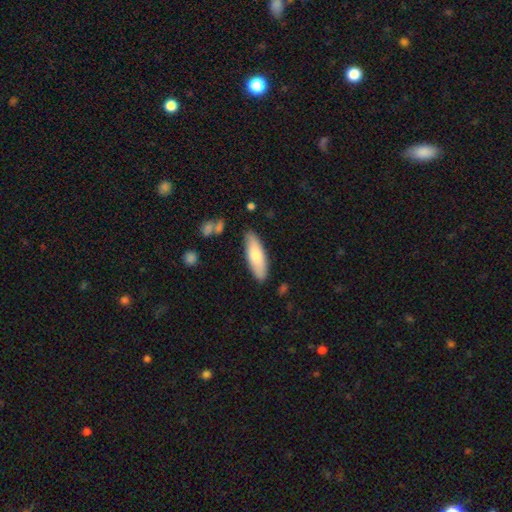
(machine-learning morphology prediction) Q: Smooth or featured?
A: smooth (74%); runner-up: featured or disk (21%)
Q: How rounded?
A: in between (57%); runner-up: cigar-shaped (41%)
Q: Merging?
A: none (86%); runner-up: minor disturbance (10%)